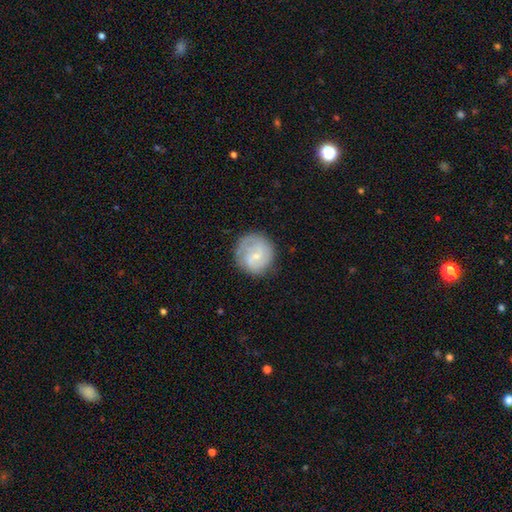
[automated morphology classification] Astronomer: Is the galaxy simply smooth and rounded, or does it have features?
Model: featured or disk — 53% (runner-up: smooth, 41%).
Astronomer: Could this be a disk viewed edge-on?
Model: no — 98%.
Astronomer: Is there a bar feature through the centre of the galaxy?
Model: no — 55% (runner-up: weak, 39%).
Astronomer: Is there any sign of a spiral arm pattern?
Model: yes — 80%.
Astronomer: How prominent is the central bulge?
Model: small — 65%.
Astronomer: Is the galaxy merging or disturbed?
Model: none — 69%.